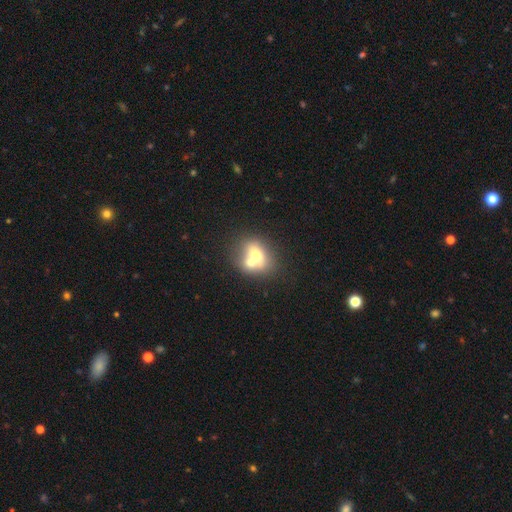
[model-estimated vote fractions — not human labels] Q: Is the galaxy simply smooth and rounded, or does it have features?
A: smooth — 63%.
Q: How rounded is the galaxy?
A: round — 54%.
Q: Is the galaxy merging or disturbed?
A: merger — 53%.